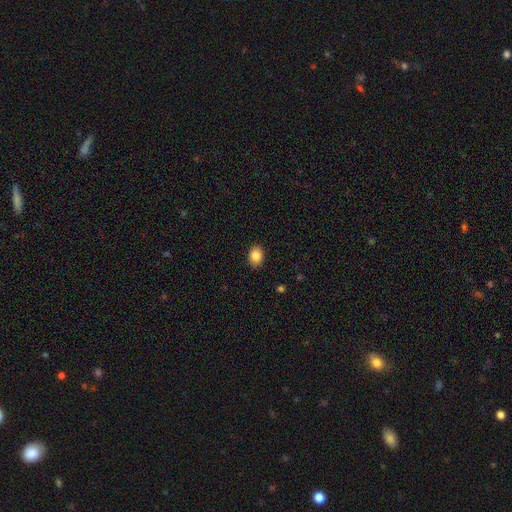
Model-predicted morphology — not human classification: smooth-or-featured: smooth: 86% | star or artifact: 8% | featured or disk: 6%
  how-rounded: in between: 68% | round: 31% | cigar-shaped: 1%
  merging: none: 90% | minor disturbance: 7% | major disturbance: 2% | merger: 1%